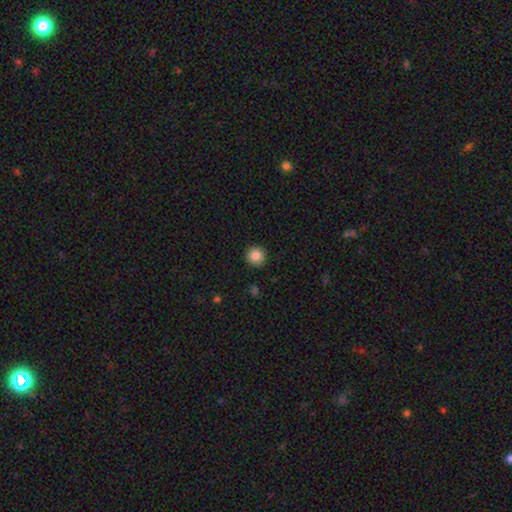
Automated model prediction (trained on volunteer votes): Smooth or featured: smooth — 85% (star or artifact — 10%)
How rounded: round — 94% (in between — 5%)
Merging: none — 92% (minor disturbance — 5%)